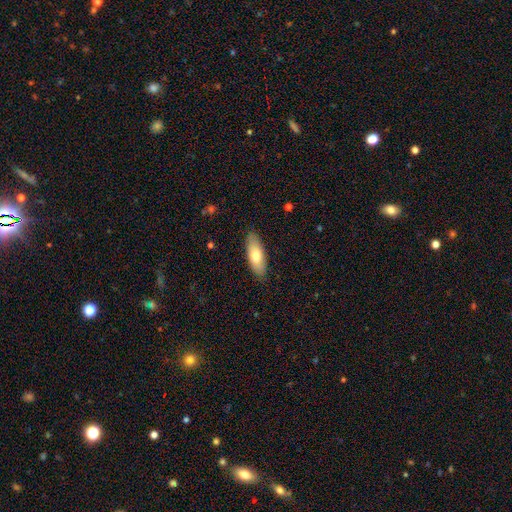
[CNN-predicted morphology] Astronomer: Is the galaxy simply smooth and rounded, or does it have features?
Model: smooth — 71%.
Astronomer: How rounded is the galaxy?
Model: in between — 73%.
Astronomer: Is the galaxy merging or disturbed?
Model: none — 87%.